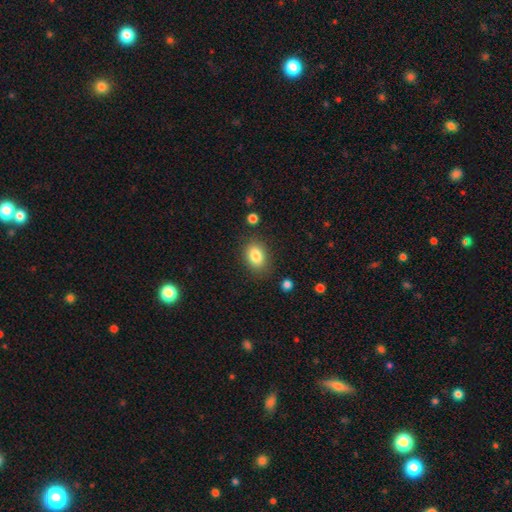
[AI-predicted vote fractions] This appears to be a smooth galaxy with no disk features (84%) that is in between round and cigar-shaped (75%). Merging: none (82%).